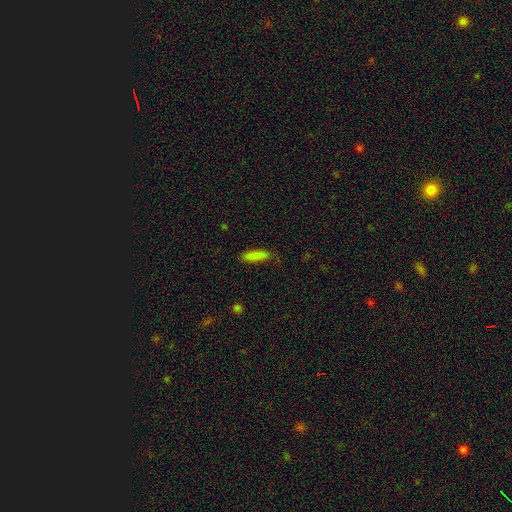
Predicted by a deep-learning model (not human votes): A smooth galaxy with no disk features (86%) that is cigar-shaped (64%).

Vote fractions:
- Smooth or featured? smooth: 86% / star or artifact: 8% / featured or disk: 6%
- How rounded? cigar-shaped: 64% / in between: 35% / round: 2%
- Merging? none: 77% / minor disturbance: 18% / major disturbance: 4% / merger: 2%